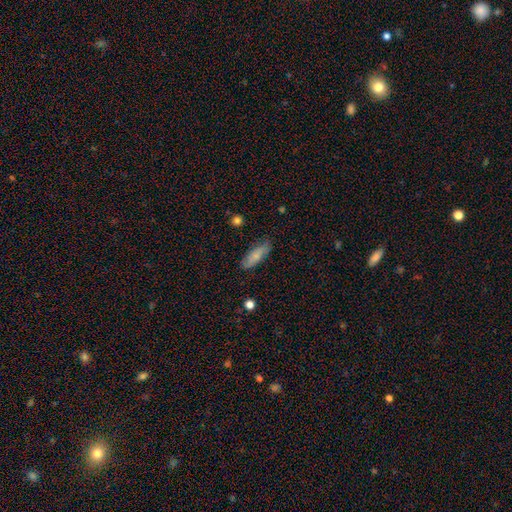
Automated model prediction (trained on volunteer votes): Overall: smooth (74%). How rounded: in between (58%; cigar-shaped 40%). Merging: none (79%).